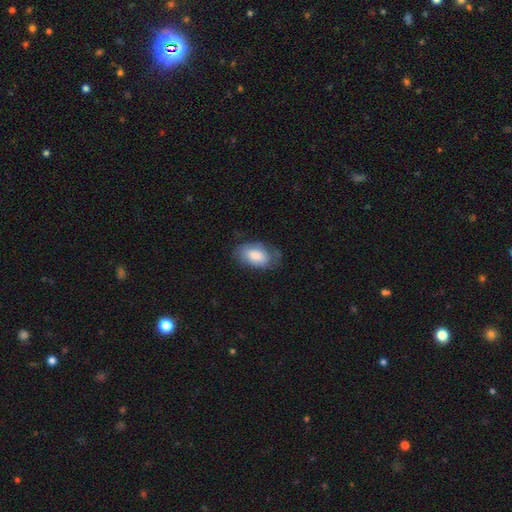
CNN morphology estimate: Q: Smooth or featured?
A: smooth (79%); runner-up: featured or disk (15%)
Q: How rounded?
A: in between (92%); runner-up: round (6%)
Q: Merging?
A: none (59%); runner-up: minor disturbance (29%)